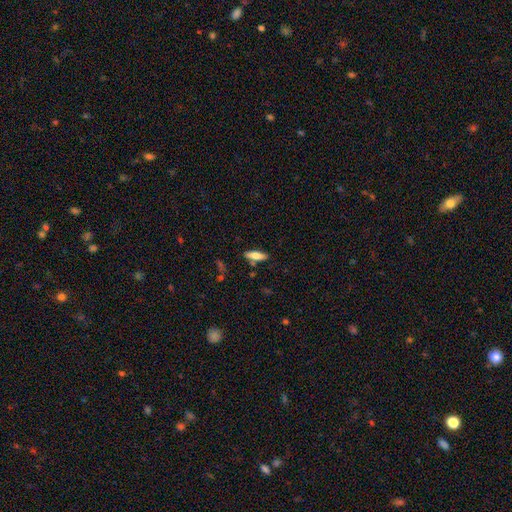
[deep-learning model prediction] smooth-or-featured: smooth: 67% | featured or disk: 27% | star or artifact: 7%
  how-rounded: in between: 53% | cigar-shaped: 45% | round: 2%
  merging: none: 81% | minor disturbance: 11% | merger: 5% | major disturbance: 3%